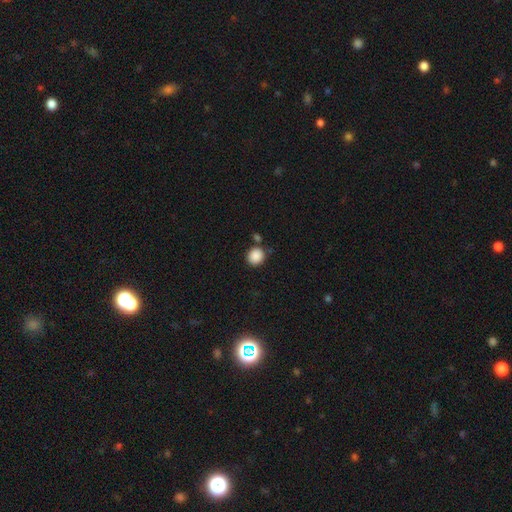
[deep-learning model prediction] smooth-or-featured: smooth: 88% | star or artifact: 9% | featured or disk: 3%
  how-rounded: round: 82% | in between: 17% | cigar-shaped: 1%
  merging: none: 74% | minor disturbance: 13% | merger: 9% | major disturbance: 4%